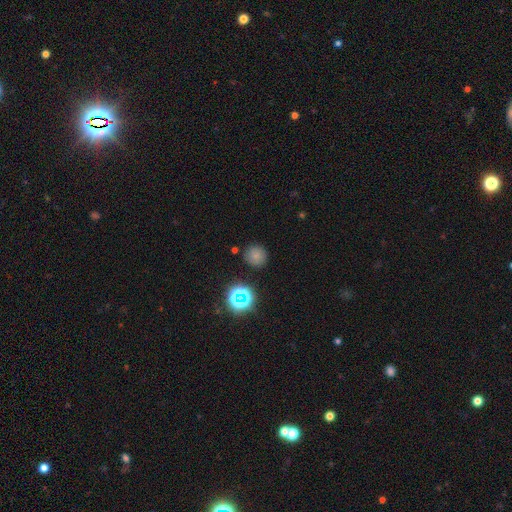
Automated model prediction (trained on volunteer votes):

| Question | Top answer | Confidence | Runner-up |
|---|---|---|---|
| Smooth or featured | smooth | 72% | star or artifact (20%) |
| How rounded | round | 92% | in between (7%) |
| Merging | none | 85% | minor disturbance (9%) |